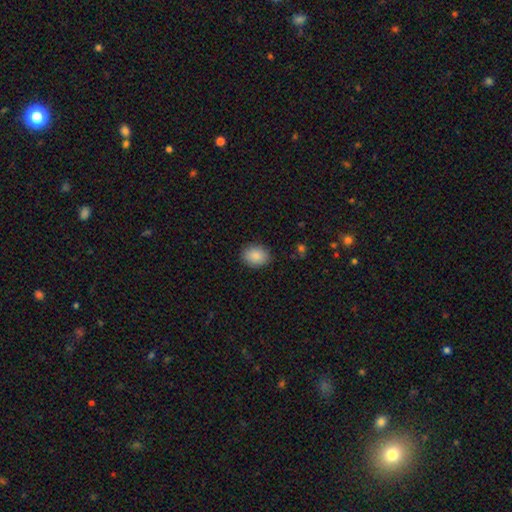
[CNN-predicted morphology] smooth 88%, star or artifact 8%, featured or disk 4%. Down the decision tree: how rounded — in between (52%); merging — none (87%).